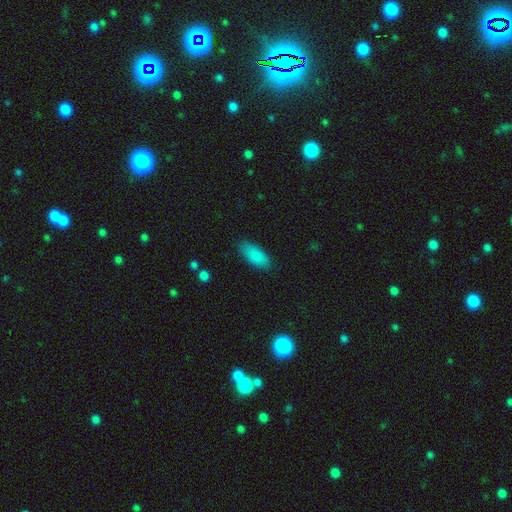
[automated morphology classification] Overall: smooth (88%). How rounded: in between (83%). Merging: none (84%).